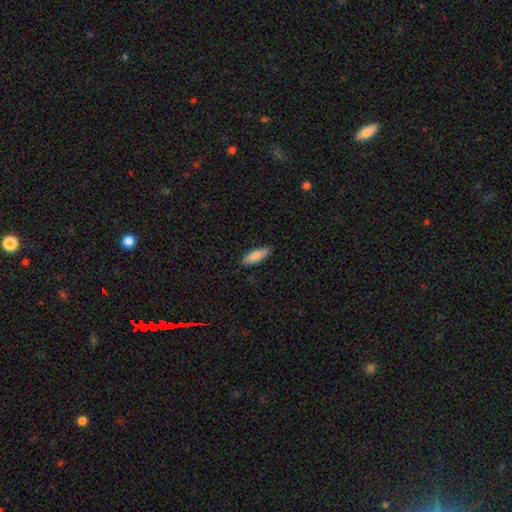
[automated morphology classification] The model was most divided on "how rounded": in between: 53%, cigar-shaped: 46%, round: 2%. More confident: merging — none (89%); smooth or featured — smooth (82%).